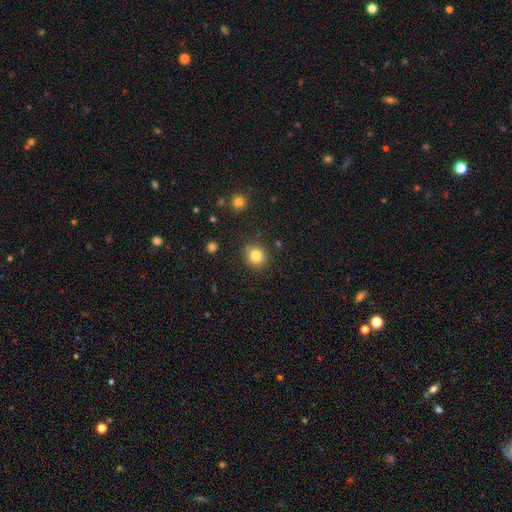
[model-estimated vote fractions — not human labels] Overall: smooth (83%). How rounded: round (83%). Merging: none (85%).